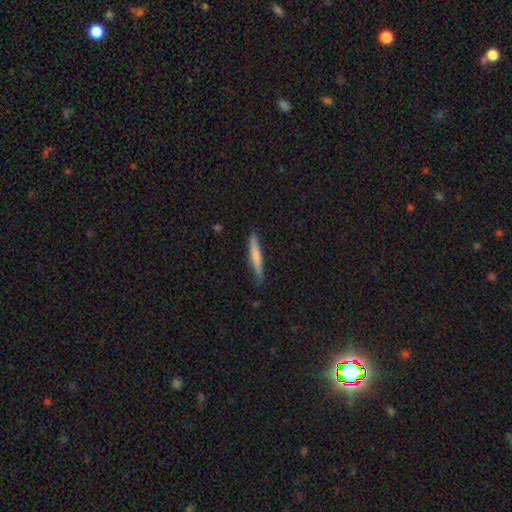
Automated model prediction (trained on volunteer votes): smooth 65%, featured or disk 30%, star or artifact 5%. Down the decision tree: how rounded — cigar-shaped (94%); merging — none (84%).